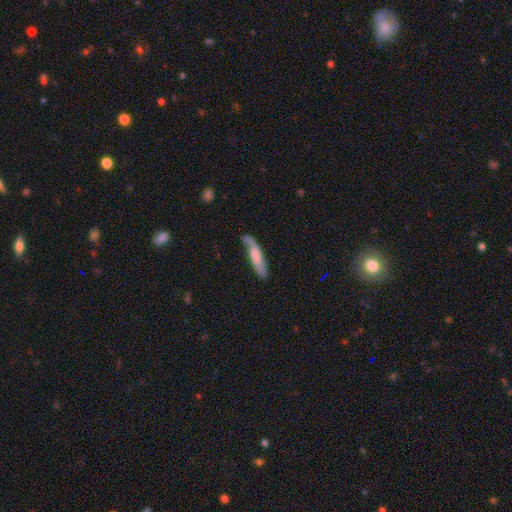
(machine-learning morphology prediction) The model was most divided on "smooth or featured": smooth: 54%, featured or disk: 40%, star or artifact: 6%. More confident: how rounded — cigar-shaped (77%); merging — none (58%).